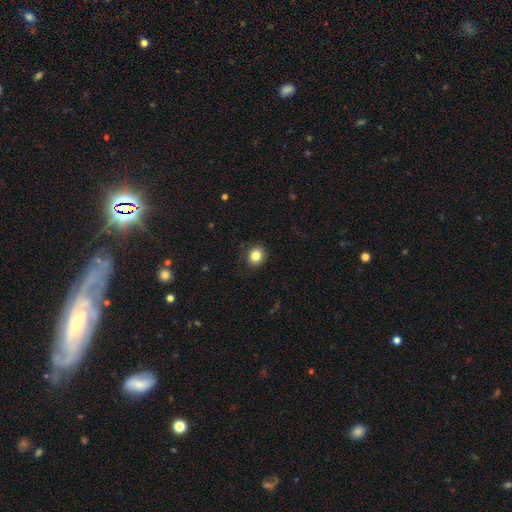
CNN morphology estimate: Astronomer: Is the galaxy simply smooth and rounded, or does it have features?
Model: smooth — 84%.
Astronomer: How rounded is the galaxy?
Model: round — 80%.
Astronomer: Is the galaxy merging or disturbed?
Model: none — 90%.